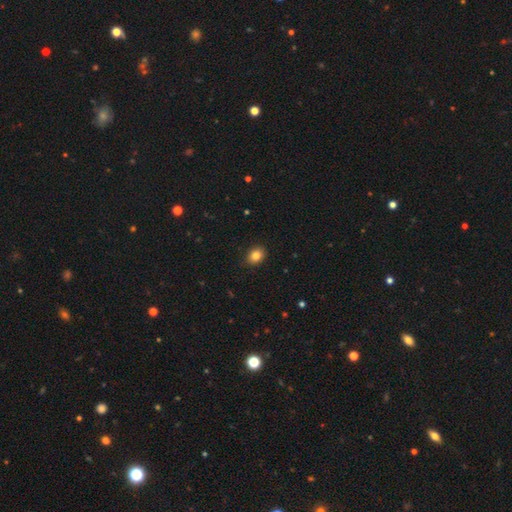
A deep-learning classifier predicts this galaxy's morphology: smooth 84%, star or artifact 10%, featured or disk 6%. Down the decision tree: how rounded — in between (57%); merging — none (88%).